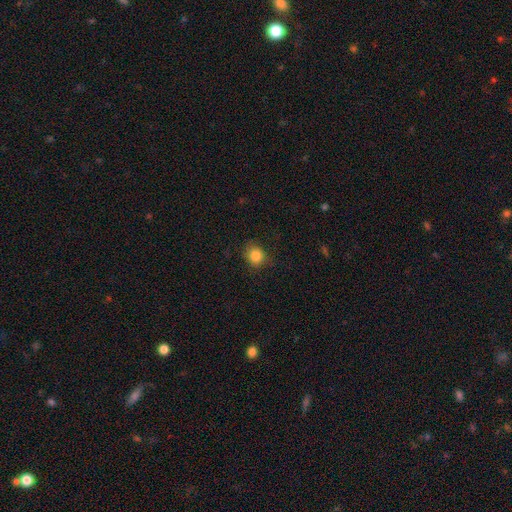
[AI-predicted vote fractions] Smooth or featured?
  - smooth: 85% *
  - star or artifact: 11%
  - featured or disk: 5%
How rounded?
  - round: 76% *
  - in between: 23%
  - cigar-shaped: 1%
Merging?
  - none: 80% *
  - minor disturbance: 15%
  - major disturbance: 4%
  - merger: 1%